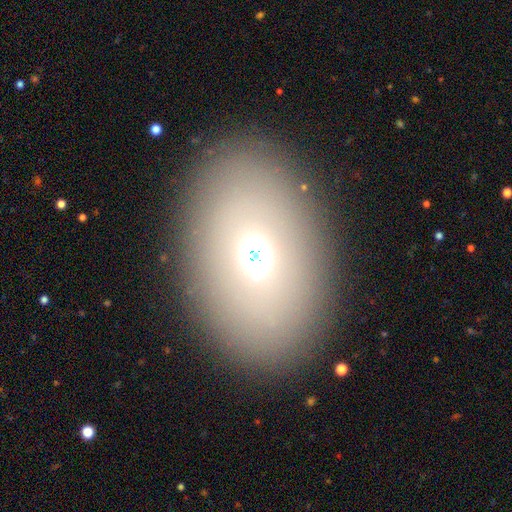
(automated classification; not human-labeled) Overall: smooth (53%; star or artifact 27%). How rounded: in between (70%). Merging: none (83%).